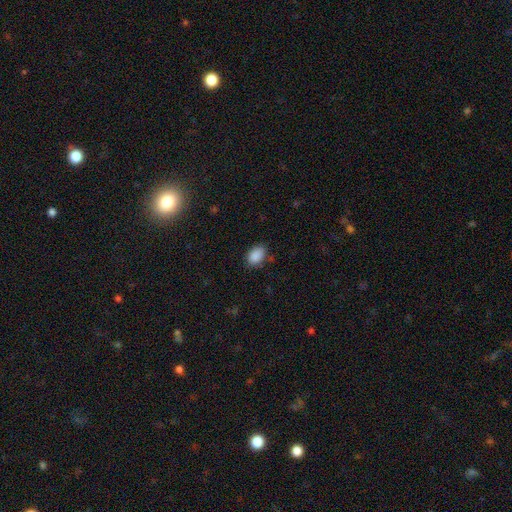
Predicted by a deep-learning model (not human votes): A smooth galaxy with no disk features (89%) that is in between round and cigar-shaped (83%). Merging: none (81%).